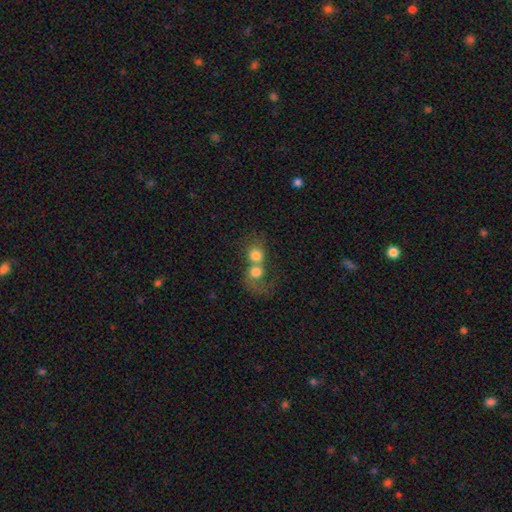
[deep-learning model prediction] Smooth or featured: smooth — 71% (featured or disk — 20%)
How rounded: round — 71% (in between — 28%)
Merging: merger — 78% (none — 12%)